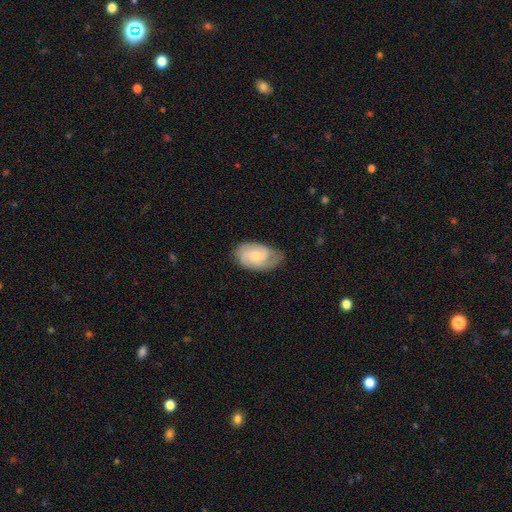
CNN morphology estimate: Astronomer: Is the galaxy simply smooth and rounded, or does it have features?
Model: featured or disk — 76%.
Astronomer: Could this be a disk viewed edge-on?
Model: no — 96%.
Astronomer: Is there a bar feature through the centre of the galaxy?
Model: no — 62%.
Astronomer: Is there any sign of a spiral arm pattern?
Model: yes — 95%.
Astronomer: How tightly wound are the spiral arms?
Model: tight — 51% (runner-up: medium, 40%).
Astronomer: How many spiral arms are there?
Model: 2 — 48% (runner-up: 3, 26%).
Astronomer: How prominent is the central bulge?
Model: small — 48%, tied with moderate at 48%.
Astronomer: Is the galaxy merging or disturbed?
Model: none — 71%.